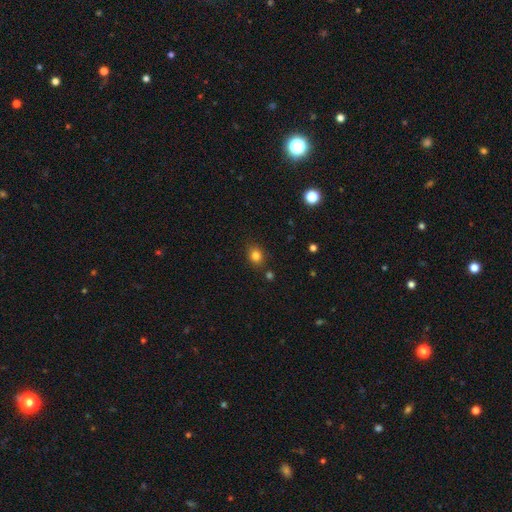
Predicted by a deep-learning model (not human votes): A smooth galaxy with no disk features (82%) that is round (62%).

Vote fractions:
- Smooth or featured? smooth: 82% / star or artifact: 12% / featured or disk: 6%
- How rounded? round: 62% / in between: 37% / cigar-shaped: 1%
- Merging? none: 84% / minor disturbance: 10% / merger: 3% / major disturbance: 3%